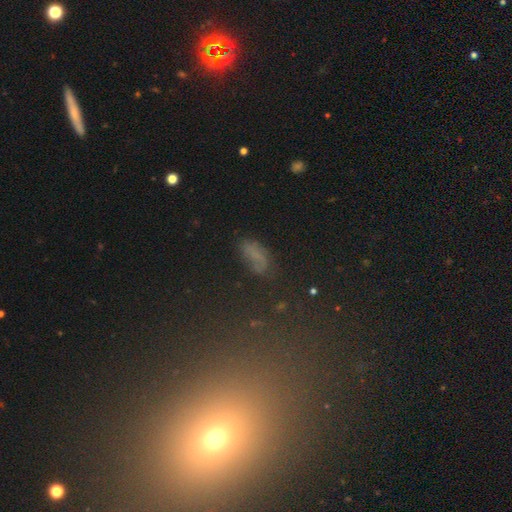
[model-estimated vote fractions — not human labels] Smooth or featured? smooth (52%)
How rounded? in between (85%)
Merging? none (57%)